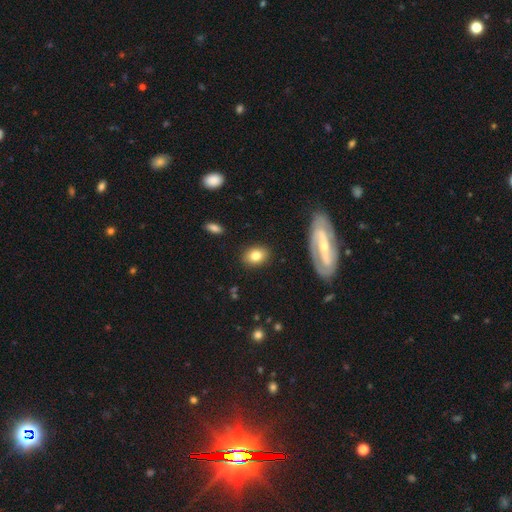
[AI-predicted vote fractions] smooth 77%, featured or disk 15%, star or artifact 8%. Down the decision tree: how rounded — in between (65%); merging — none (86%).